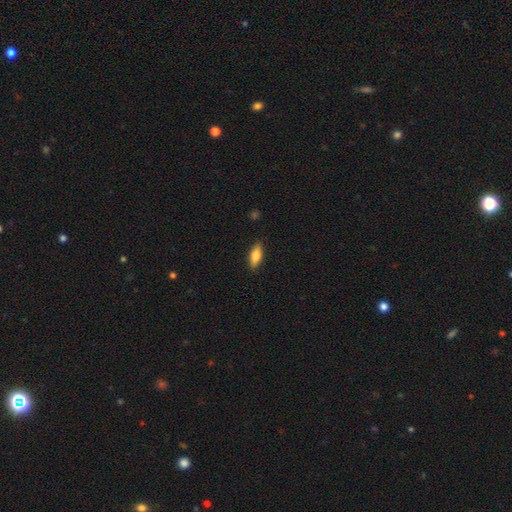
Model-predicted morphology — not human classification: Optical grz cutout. It shows a smooth galaxy with no disk features (73%) that is in between round and cigar-shaped (75%). Merging: none (87%).